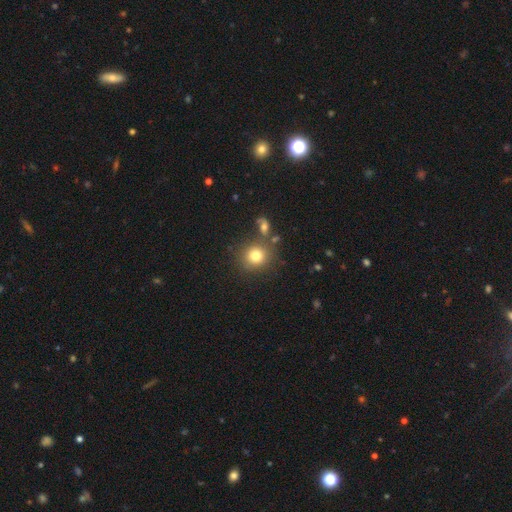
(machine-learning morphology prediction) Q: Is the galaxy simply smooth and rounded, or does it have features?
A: smooth — 77%.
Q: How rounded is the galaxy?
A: round — 89%.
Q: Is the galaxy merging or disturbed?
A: none — 76%.